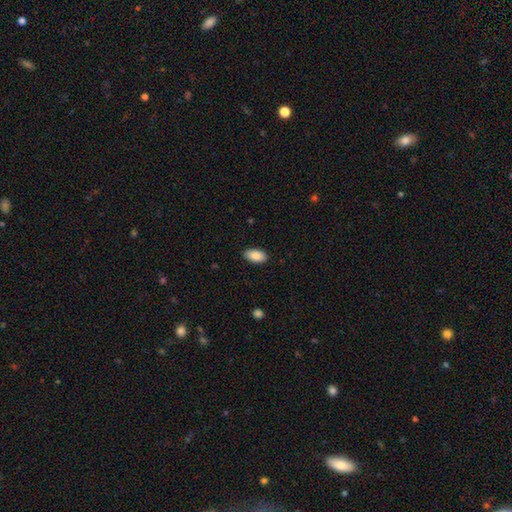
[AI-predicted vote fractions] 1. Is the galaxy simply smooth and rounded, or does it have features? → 89% smooth, 6% star or artifact, 5% featured or disk.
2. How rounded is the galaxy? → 95% in between, 3% round, 3% cigar-shaped.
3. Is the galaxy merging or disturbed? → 87% none, 10% minor disturbance, 2% major disturbance, 1% merger.